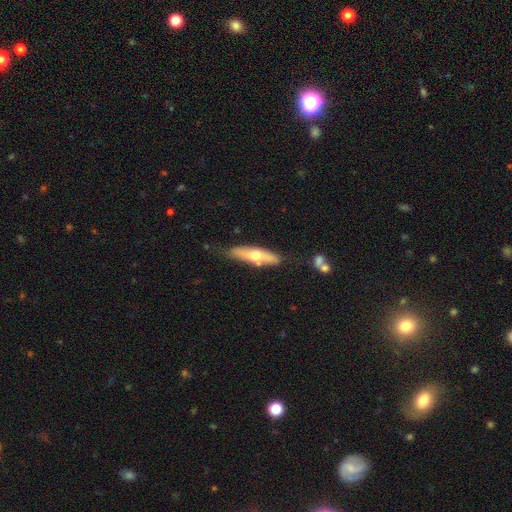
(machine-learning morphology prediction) A smooth galaxy with no disk features (48%). Merging: none (69%).